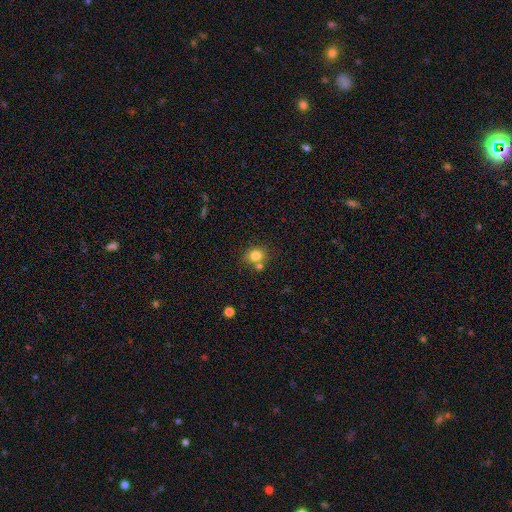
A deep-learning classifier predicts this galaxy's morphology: A smooth galaxy with no disk features (80%) that is round (67%). Merging: none (61%).